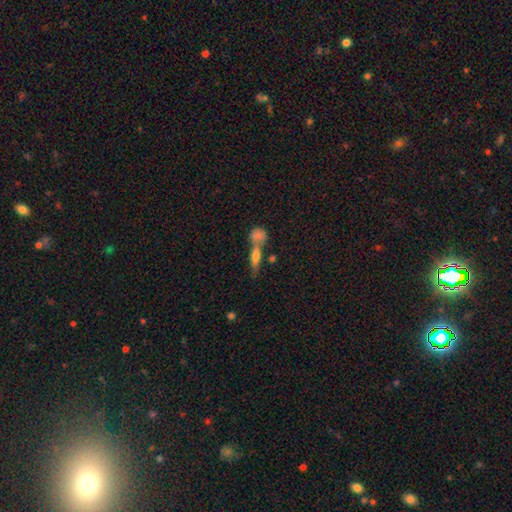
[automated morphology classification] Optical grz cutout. It shows a smooth galaxy with no disk features (51%) that is cigar-shaped (63%). Merging: none (50%).